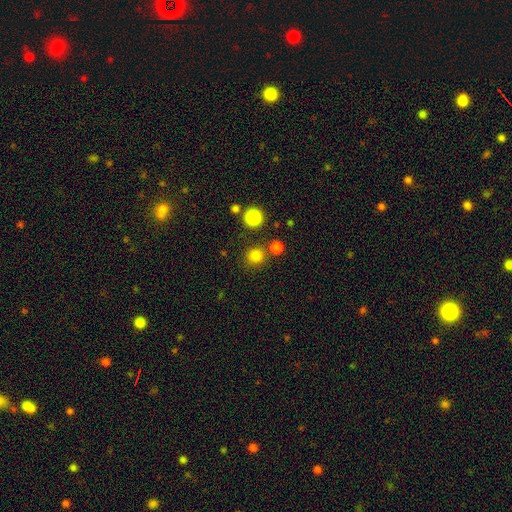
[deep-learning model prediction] Q: Smooth or featured?
A: smooth (80%); runner-up: star or artifact (16%)
Q: How rounded?
A: round (89%); runner-up: in between (10%)
Q: Merging?
A: none (78%); runner-up: merger (11%)